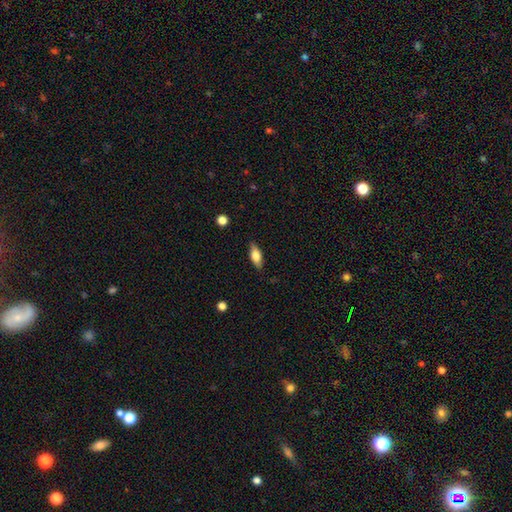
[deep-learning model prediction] Smooth or featured?
  - smooth: 65% *
  - featured or disk: 28%
  - star or artifact: 7%
How rounded?
  - in between: 72% *
  - cigar-shaped: 24%
  - round: 4%
Merging?
  - none: 83% *
  - minor disturbance: 13%
  - major disturbance: 3%
  - merger: 1%